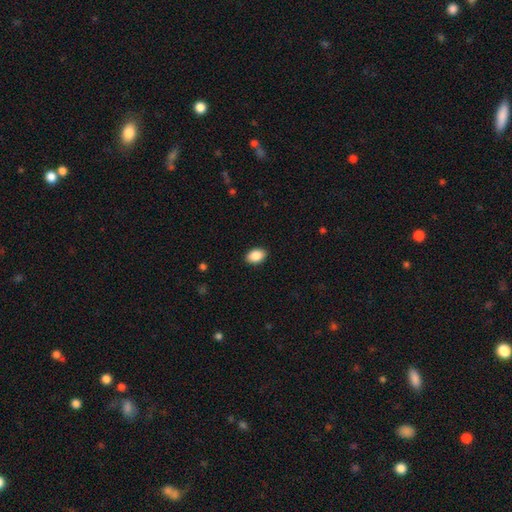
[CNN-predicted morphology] smooth_or_featured: smooth (p=0.89) [alt: star or artifact p=0.07]
how_rounded: in between (p=0.87) [alt: round p=0.12]
merging: none (p=0.90) [alt: minor disturbance p=0.07]